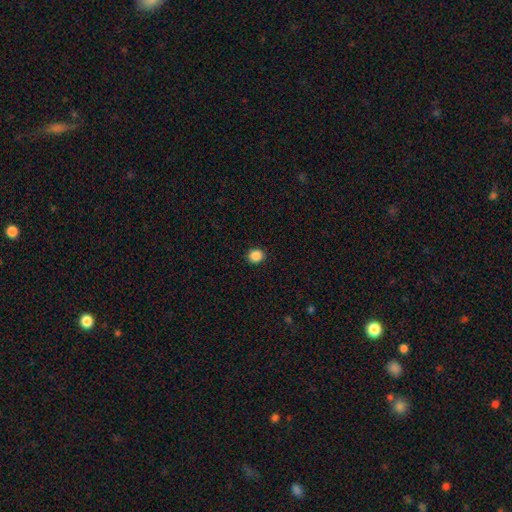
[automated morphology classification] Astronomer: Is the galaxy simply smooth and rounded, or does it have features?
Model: smooth — 87%.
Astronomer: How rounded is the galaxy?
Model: round — 76%.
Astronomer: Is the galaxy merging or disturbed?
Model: none — 91%.